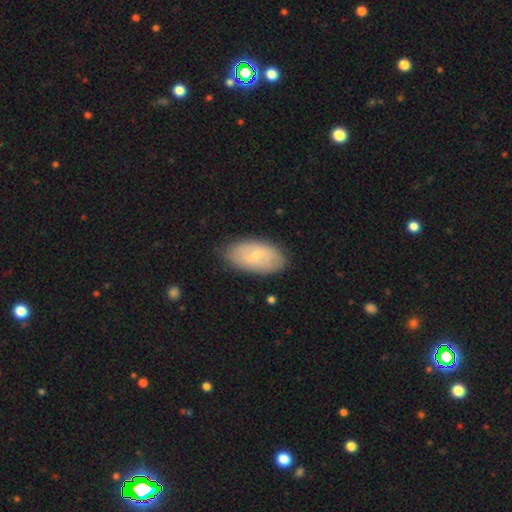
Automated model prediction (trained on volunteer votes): smooth 49%, featured or disk 45%, star or artifact 6%. Down the decision tree: merging — none (81%).